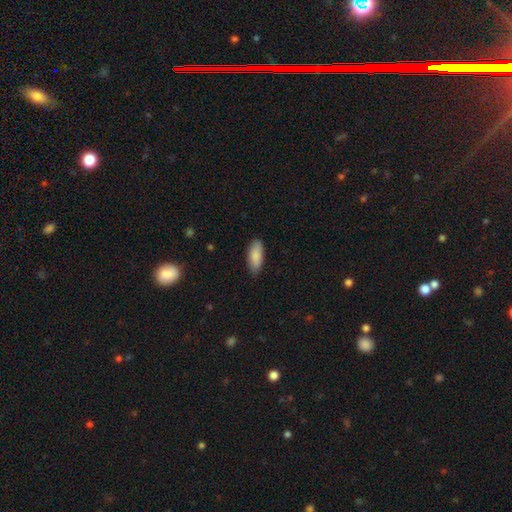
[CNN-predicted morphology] Smooth or featured? smooth (88%)
How rounded? in between (81%)
Merging? none (82%)